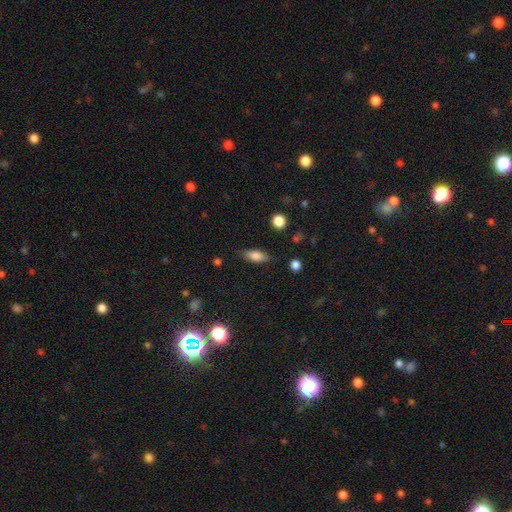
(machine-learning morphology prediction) Overall: smooth (81%). How rounded: in between (77%). Merging: none (83%).